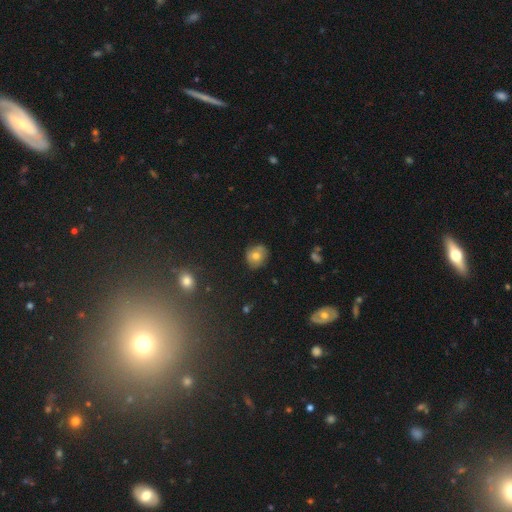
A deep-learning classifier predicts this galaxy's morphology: Smooth or featured? smooth (65%)
How rounded? round (77%)
Merging? none (72%)